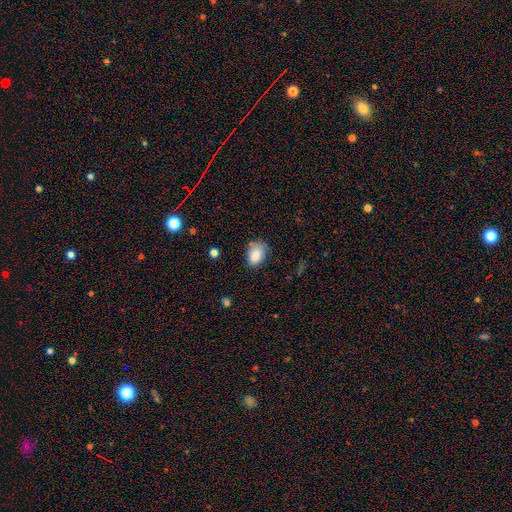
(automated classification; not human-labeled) A smooth galaxy with no disk features (85%) that is in between round and cigar-shaped (84%). Merging: none (66%).